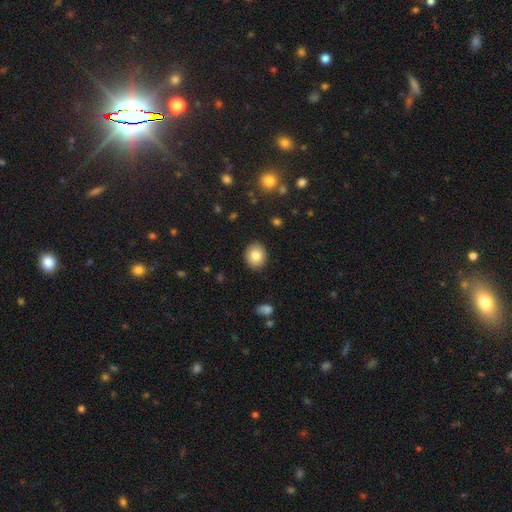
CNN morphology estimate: smooth-or-featured: smooth: 83% | star or artifact: 9% | featured or disk: 8%
  how-rounded: round: 70% | in between: 29% | cigar-shaped: 1%
  merging: none: 90% | minor disturbance: 7% | major disturbance: 2% | merger: 1%